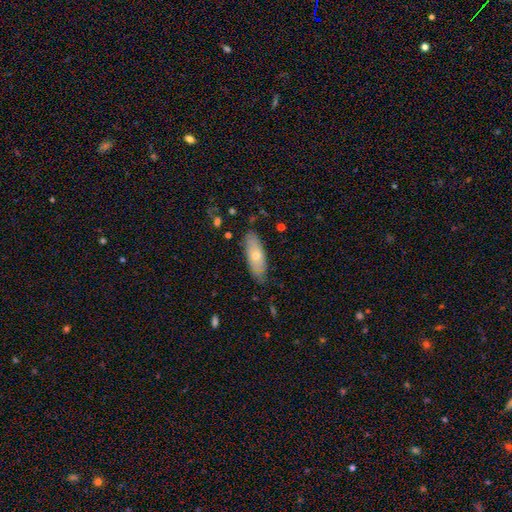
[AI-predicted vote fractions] Smooth or featured?
  - smooth: 57% *
  - featured or disk: 36%
  - star or artifact: 7%
How rounded?
  - in between: 71% *
  - cigar-shaped: 26%
  - round: 3%
Merging?
  - none: 79% *
  - minor disturbance: 17%
  - major disturbance: 3%
  - merger: 1%